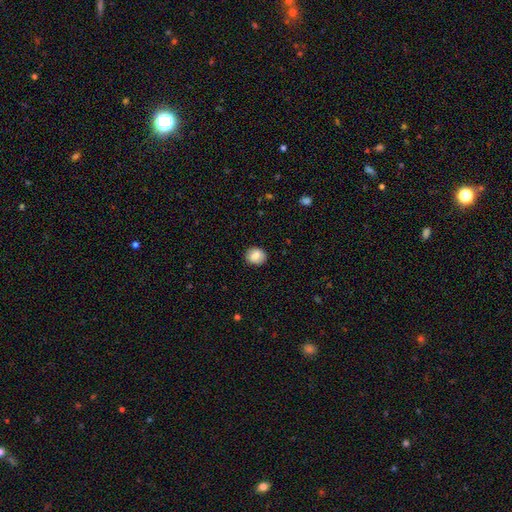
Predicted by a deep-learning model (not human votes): smooth-or-featured: smooth: 82% | featured or disk: 10% | star or artifact: 8%
  how-rounded: round: 67% | in between: 32% | cigar-shaped: 1%
  merging: none: 88% | minor disturbance: 8% | major disturbance: 2% | merger: 1%